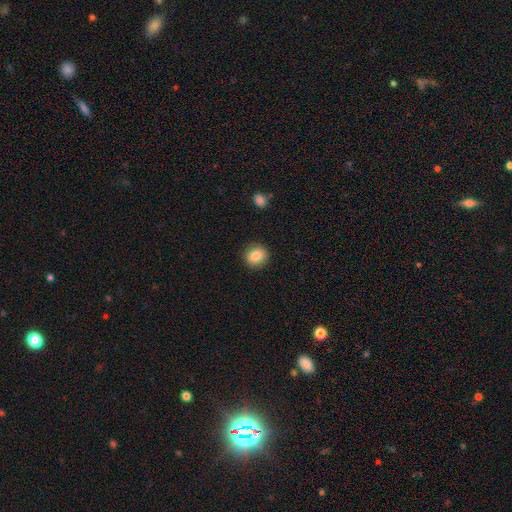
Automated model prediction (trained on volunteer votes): A smooth galaxy with no disk features (85%) that is round (86%).

Vote fractions:
- Smooth or featured? smooth: 85% / star or artifact: 9% / featured or disk: 6%
- How rounded? round: 86% / in between: 13% / cigar-shaped: 1%
- Merging? none: 89% / minor disturbance: 7% / major disturbance: 2% / merger: 1%